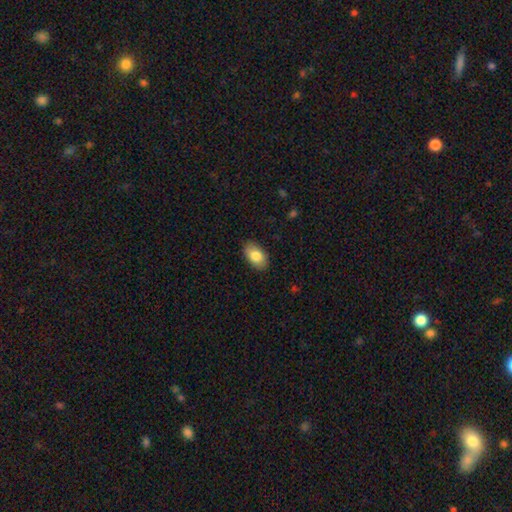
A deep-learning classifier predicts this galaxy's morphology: Overall: smooth (82%). How rounded: in between (92%). Merging: none (87%).